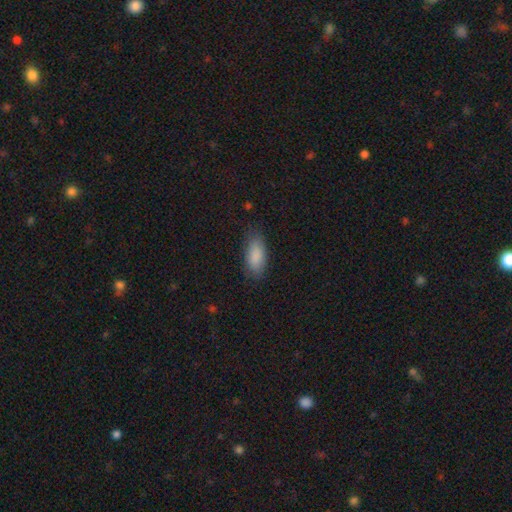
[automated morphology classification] smooth_or_featured: smooth (p=0.87) [alt: star or artifact p=0.06]
how_rounded: in between (p=0.85) [alt: cigar-shaped p=0.13]
merging: none (p=0.78) [alt: minor disturbance p=0.17]